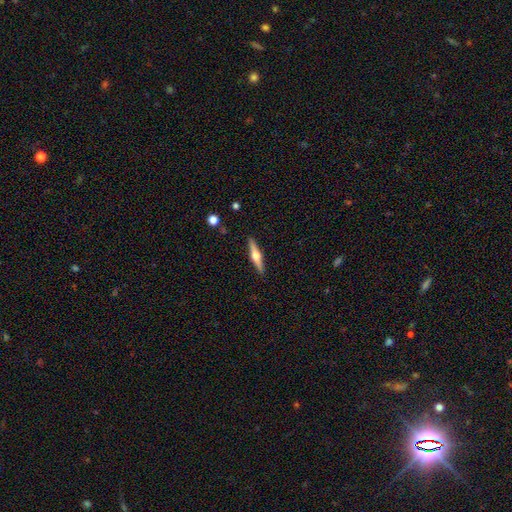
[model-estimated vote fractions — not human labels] The model was most divided on "smooth or featured": featured or disk: 69%, smooth: 26%, star or artifact: 5%. More confident: edge-on disk — yes (98%); edge-on bulge — rounded (95%); merging — none (91%).